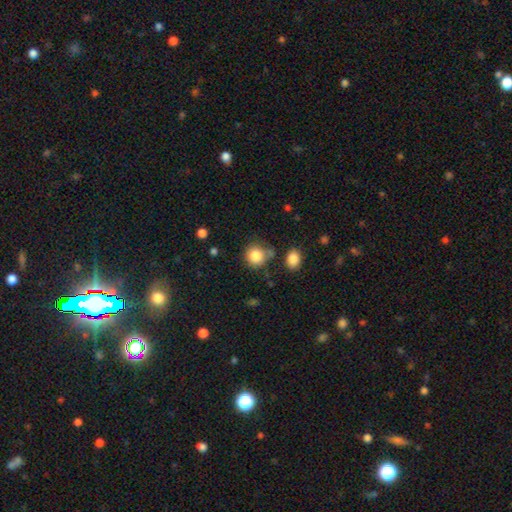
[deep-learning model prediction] smooth_or_featured: smooth (p=0.84) [alt: star or artifact p=0.10]
how_rounded: round (p=0.86) [alt: in between p=0.13]
merging: none (p=0.66) [alt: minor disturbance p=0.18]